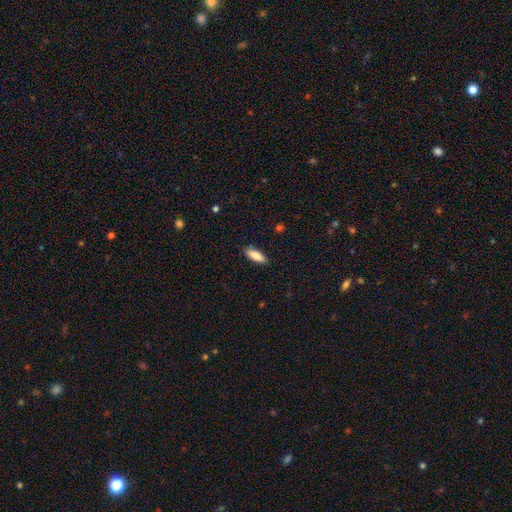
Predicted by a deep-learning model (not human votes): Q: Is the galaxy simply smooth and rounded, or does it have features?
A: smooth — 86%.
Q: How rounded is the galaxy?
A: in between — 60%.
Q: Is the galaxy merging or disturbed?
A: none — 87%.